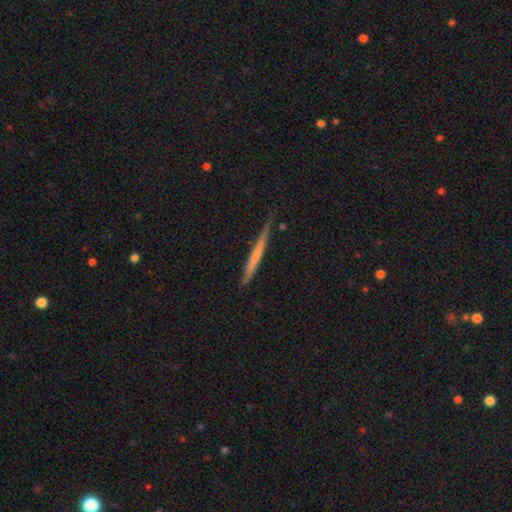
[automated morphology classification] Smooth or featured?
  - smooth: 47% * (tied)
  - featured or disk: 47% * (tied)
  - star or artifact: 6%
Merging?
  - none: 77% *
  - minor disturbance: 18%
  - major disturbance: 3%
  - merger: 2%